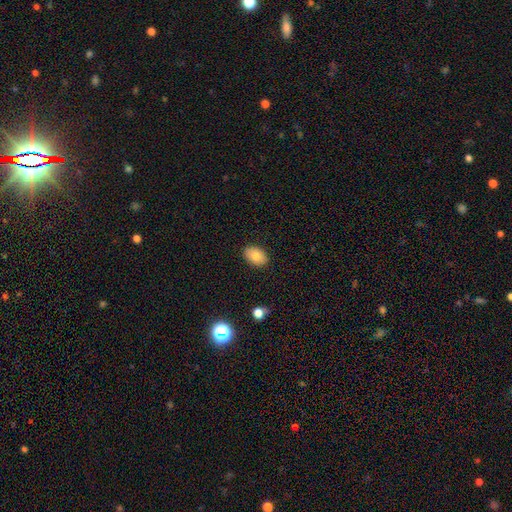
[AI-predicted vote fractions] Morphology: type=smooth (84%); roundness=in between (86%); merging=none (88%).